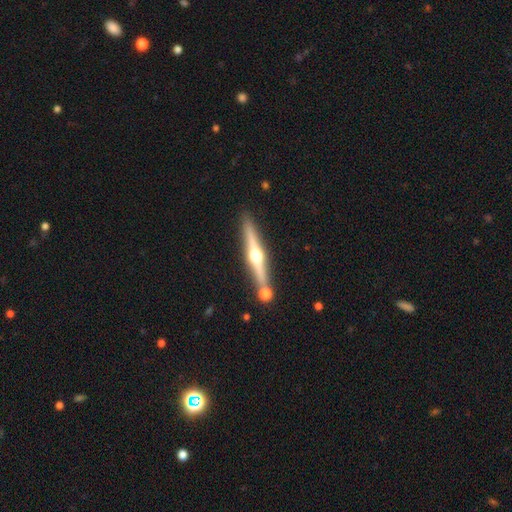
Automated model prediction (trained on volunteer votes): The model was most divided on "smooth or featured": featured or disk: 76%, smooth: 19%, star or artifact: 5%. More confident: edge-on disk — yes (98%); edge-on bulge — rounded (96%); merging — none (81%).